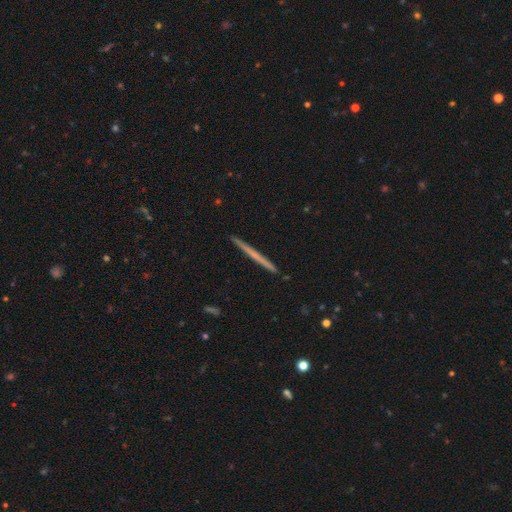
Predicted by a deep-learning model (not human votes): Morphology: type=featured or disk (52%); edge-on=yes (98%); edge-on bulge=none (90%); merging=none (93%).